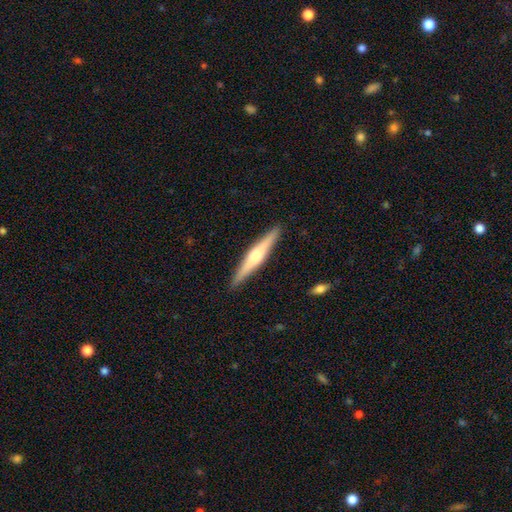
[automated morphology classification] Smooth or featured?
  - featured or disk: 63% *
  - smooth: 32%
  - star or artifact: 5%
Edge-on disk?
  - yes: 98% *
  - no: 2%
Edge-on bulge?
  - rounded: 81% *
  - boxy: 10%
  - none: 9%
Merging?
  - none: 91% *
  - minor disturbance: 6%
  - major disturbance: 1%
  - merger: 1%